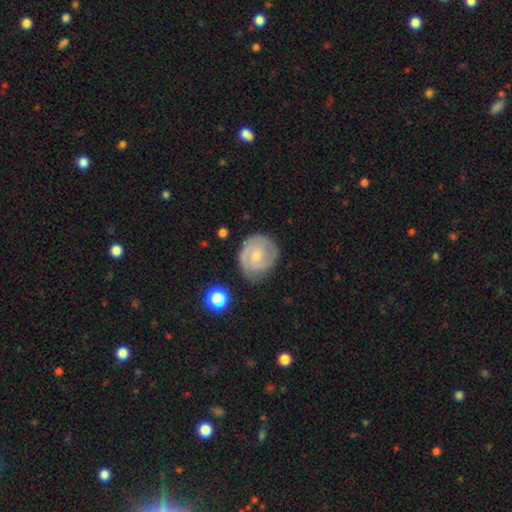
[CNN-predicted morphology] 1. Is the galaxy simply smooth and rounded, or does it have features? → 63% featured or disk, 31% smooth, 6% star or artifact.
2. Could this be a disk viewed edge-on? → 98% no, 2% yes.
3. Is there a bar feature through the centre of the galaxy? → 66% no, 30% weak, 4% strong.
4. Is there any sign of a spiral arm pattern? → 86% yes, 14% no.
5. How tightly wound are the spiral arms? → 61% tight, 30% medium, 9% loose.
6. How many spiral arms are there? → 47% 2, 29% can't tell, 10% 3, 10% 1, 3% 4, 2% more than 4.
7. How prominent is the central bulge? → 59% small, 35% moderate, 4% none, 2% large, 1% dominant.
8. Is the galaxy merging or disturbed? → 69% none, 22% minor disturbance, 7% major disturbance, 2% merger.